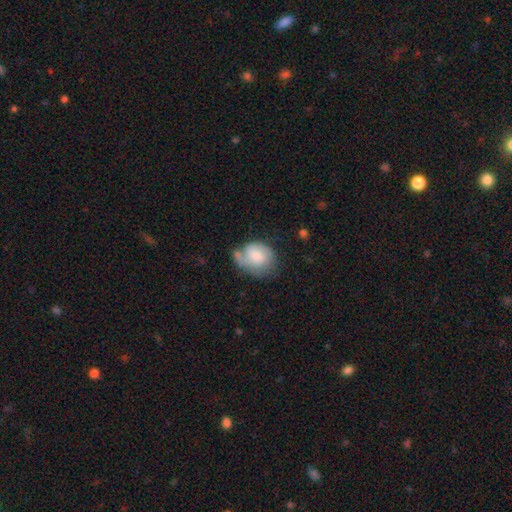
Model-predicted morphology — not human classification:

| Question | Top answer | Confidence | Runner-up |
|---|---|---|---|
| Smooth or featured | smooth | 49% | featured or disk (44%) |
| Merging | none | 39% | minor disturbance (31%) |